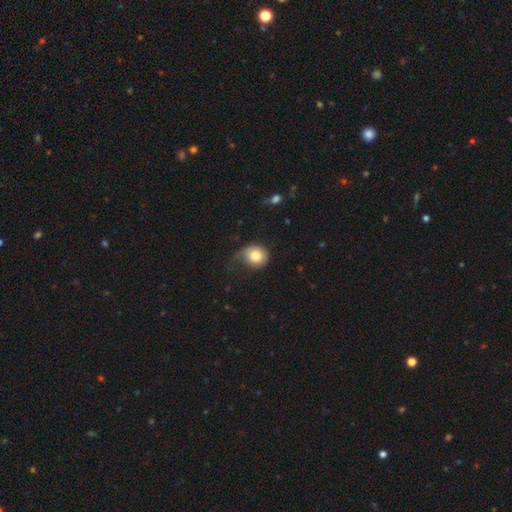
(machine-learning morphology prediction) Overall: smooth (77%). How rounded: round (79%). Merging: none (44%; minor disturbance 33%).